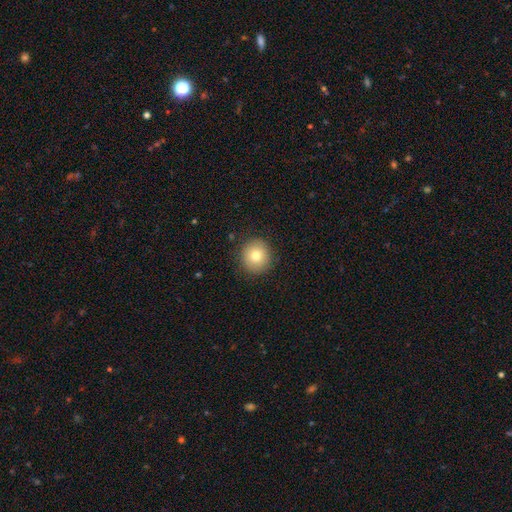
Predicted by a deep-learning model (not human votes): The model was most divided on "smooth or featured": smooth: 77%, featured or disk: 12%, star or artifact: 10%. More confident: how rounded — round (93%); merging — none (89%).